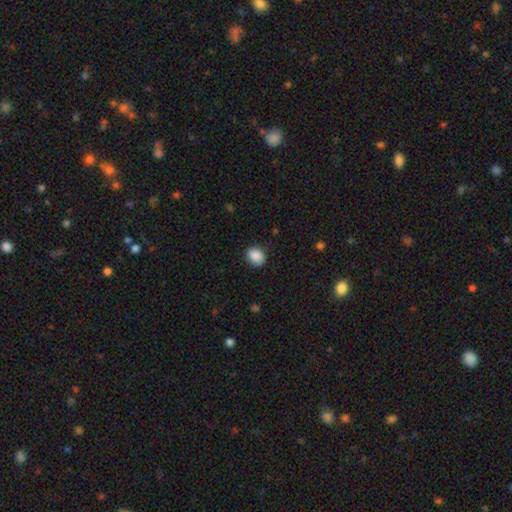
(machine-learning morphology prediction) This is clearly a smooth galaxy (89%). How rounded: possibly in between (52%). Merging: clearly none (84%).